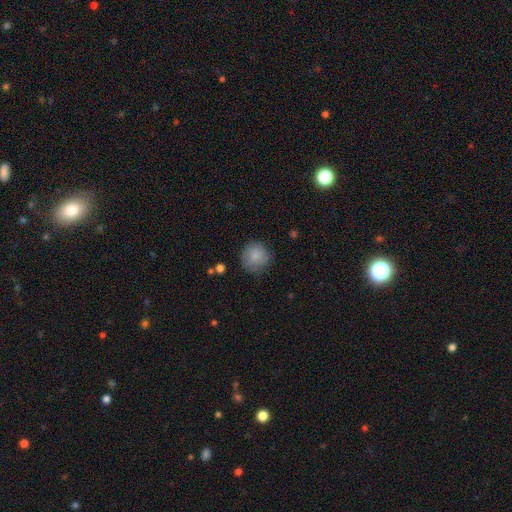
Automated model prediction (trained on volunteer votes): The model was most divided on "merging": none: 74%, minor disturbance: 20%, major disturbance: 5%, merger: 2%. More confident: how rounded — round (90%); smooth or featured — smooth (83%).